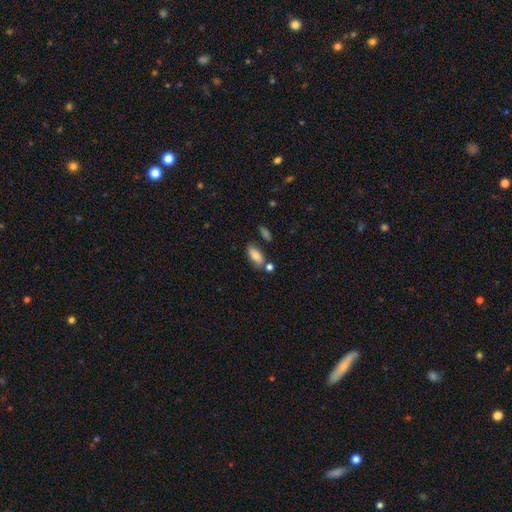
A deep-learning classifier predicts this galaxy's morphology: Overall: smooth (79%). How rounded: in between (87%). Merging: none (69%).